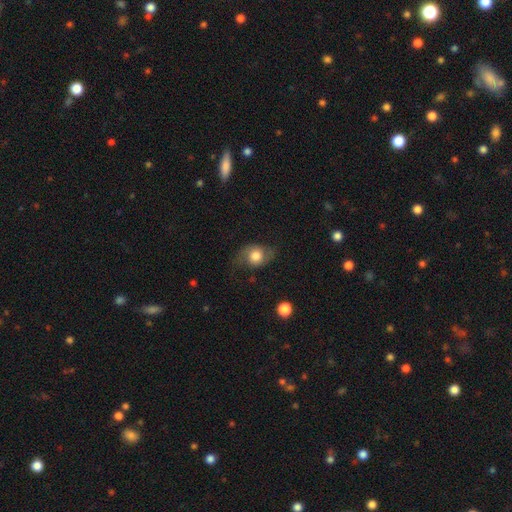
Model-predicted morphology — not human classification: The model was most divided on "how rounded": round: 51%, in between: 48%, cigar-shaped: 1%. More confident: smooth or featured — smooth (65%); merging — none (57%).